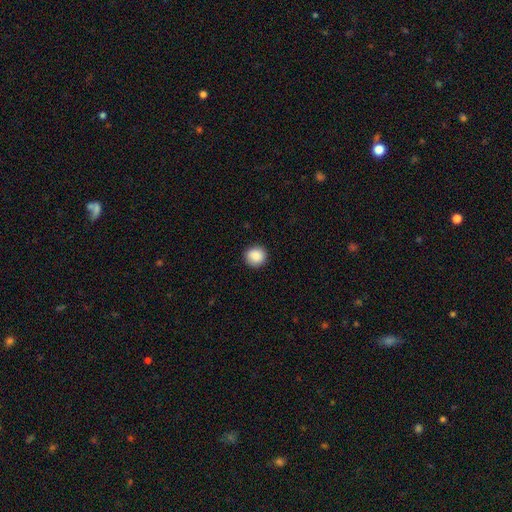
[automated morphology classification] A smooth galaxy with no disk features (89%) that is round (91%). Merging: none (90%).